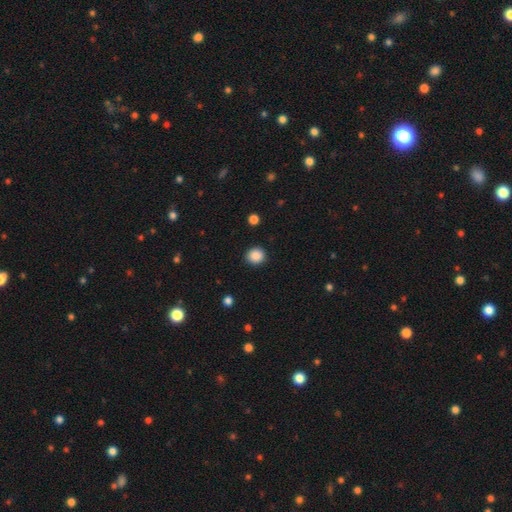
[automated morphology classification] Q: Smooth or featured?
A: smooth (88%); runner-up: star or artifact (10%)
Q: How rounded?
A: round (90%); runner-up: in between (9%)
Q: Merging?
A: none (91%); runner-up: minor disturbance (6%)